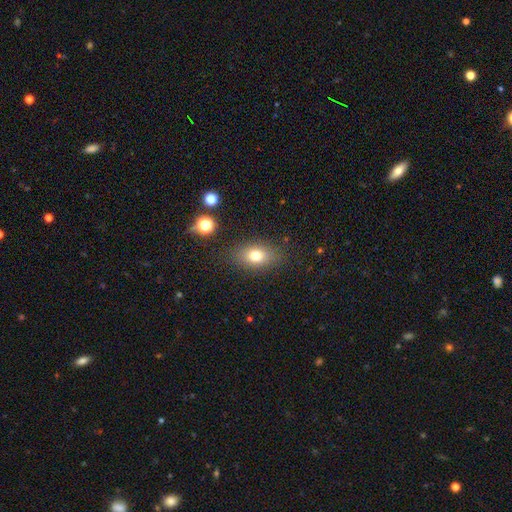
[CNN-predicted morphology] This is likely a smooth galaxy (75%). How rounded: likely in between (78%). Merging: clearly none (83%).